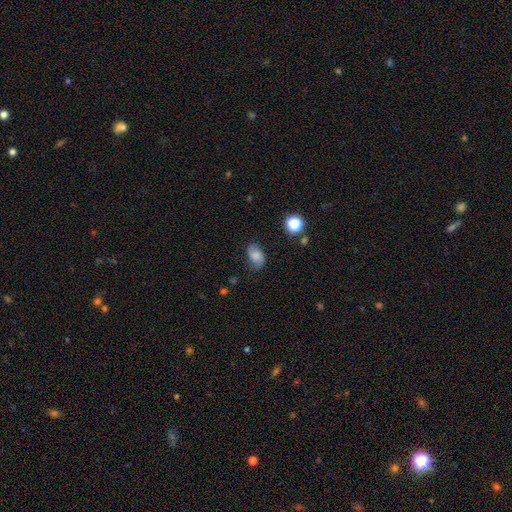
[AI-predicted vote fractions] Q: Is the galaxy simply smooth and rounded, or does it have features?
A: smooth — 55%.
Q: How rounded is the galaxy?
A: in between — 82%.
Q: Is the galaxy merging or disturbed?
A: none — 70%.